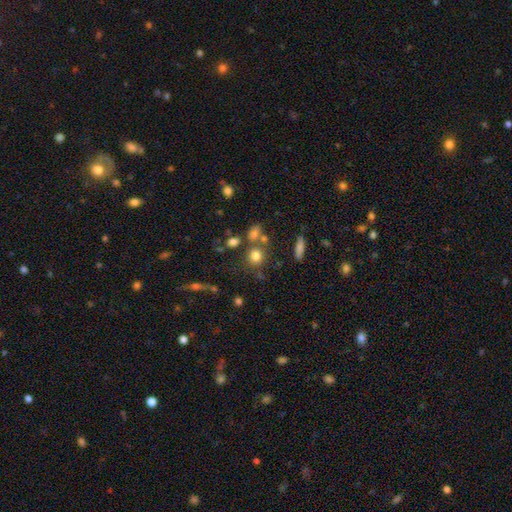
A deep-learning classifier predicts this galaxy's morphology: Q: Smooth or featured?
A: smooth (75%); runner-up: star or artifact (14%)
Q: How rounded?
A: round (83%); runner-up: in between (15%)
Q: Merging?
A: none (65%); runner-up: merger (18%)